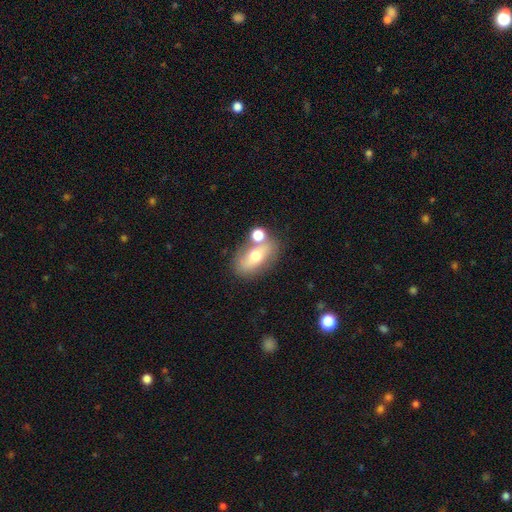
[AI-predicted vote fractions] A smooth galaxy with no disk features (54%) that is in between round and cigar-shaped (79%).

Vote fractions:
- Smooth or featured? smooth: 54% / featured or disk: 36% / star or artifact: 10%
- How rounded? in between: 79% / round: 14% / cigar-shaped: 6%
- Merging? none: 60% / merger: 20% / minor disturbance: 14% / major disturbance: 5%